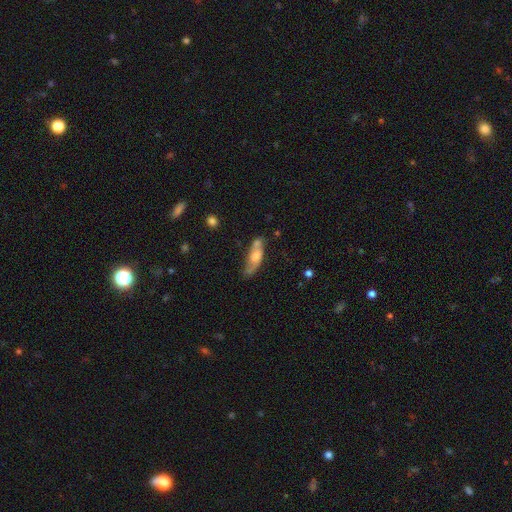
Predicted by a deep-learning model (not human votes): smooth 50%, featured or disk 43%, star or artifact 7%. Down the decision tree: how rounded — in between (51%); merging — none (52%).